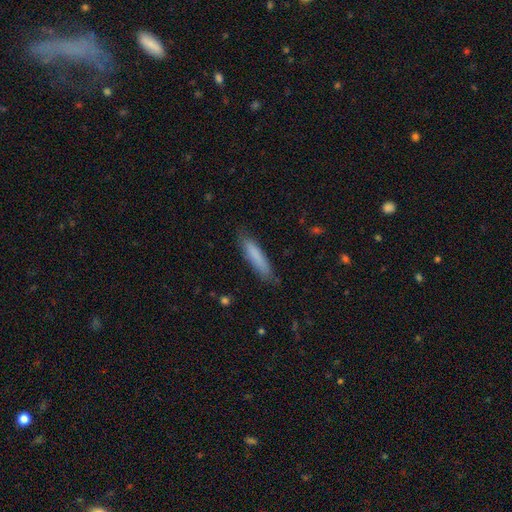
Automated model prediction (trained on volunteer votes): This is clearly a smooth galaxy (81%). How rounded: clearly cigar-shaped (85%). Merging: clearly none (84%).